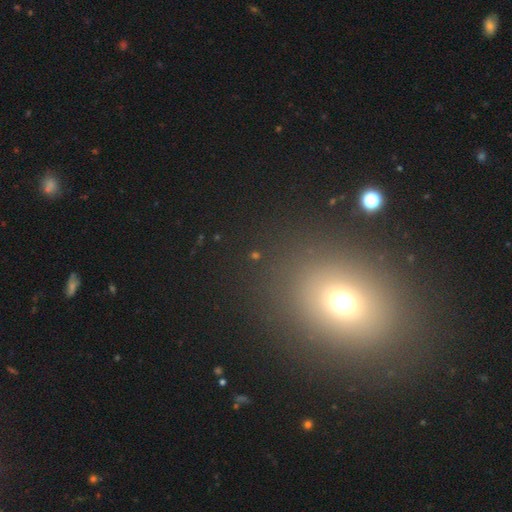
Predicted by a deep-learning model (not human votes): This appears to be a star or artifact, not a galaxy (46%).